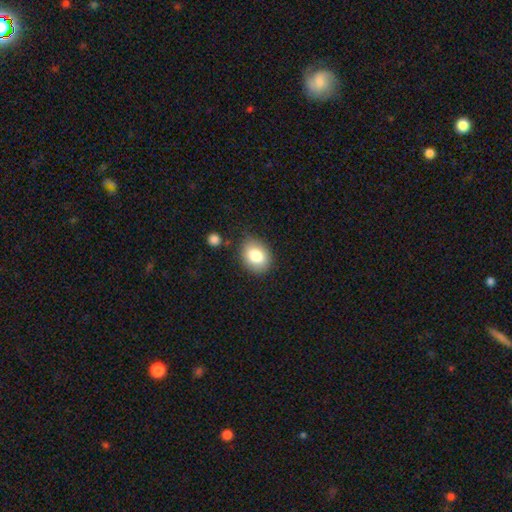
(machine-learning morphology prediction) smooth 82%, featured or disk 10%, star or artifact 8%. Down the decision tree: how rounded — in between (58%); merging — none (81%).